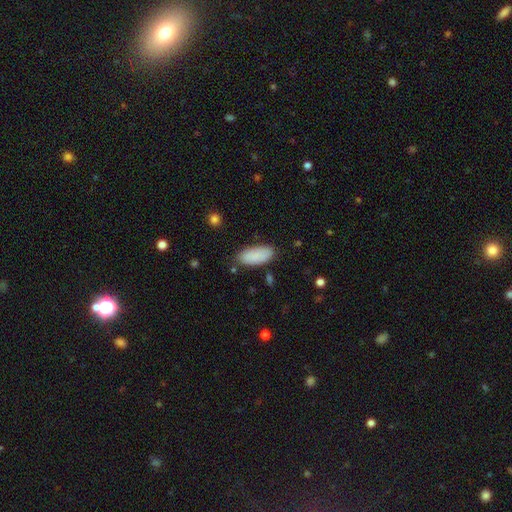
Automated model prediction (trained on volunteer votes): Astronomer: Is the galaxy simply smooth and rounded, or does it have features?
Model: smooth — 89%.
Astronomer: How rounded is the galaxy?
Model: in between — 86%.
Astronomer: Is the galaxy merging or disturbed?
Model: none — 82%.